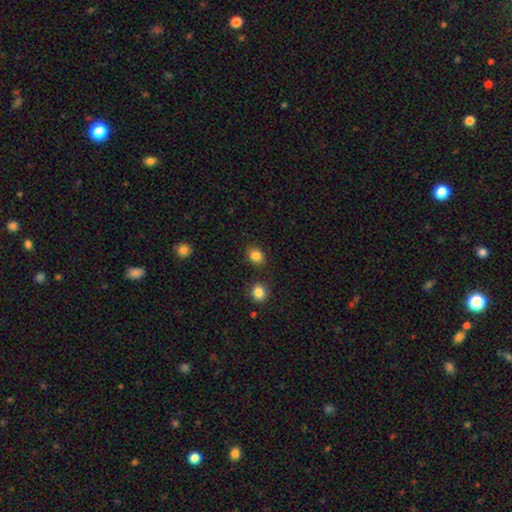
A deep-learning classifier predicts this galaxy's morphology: Smooth or featured? smooth (85%)
How rounded? round (57%)
Merging? none (85%)